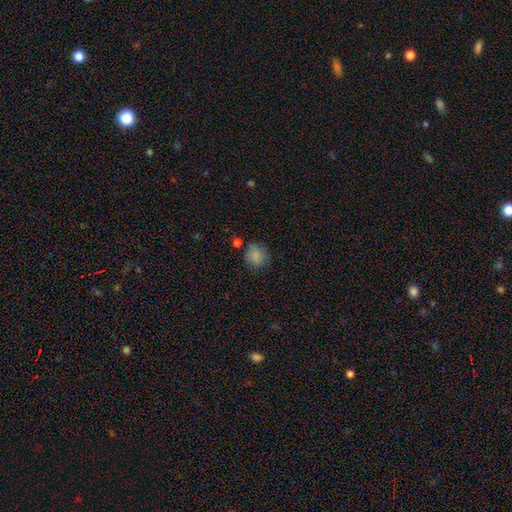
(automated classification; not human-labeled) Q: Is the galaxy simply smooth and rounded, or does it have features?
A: smooth — 82%.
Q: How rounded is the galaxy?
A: round — 83%.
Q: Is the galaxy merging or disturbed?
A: none — 73%.